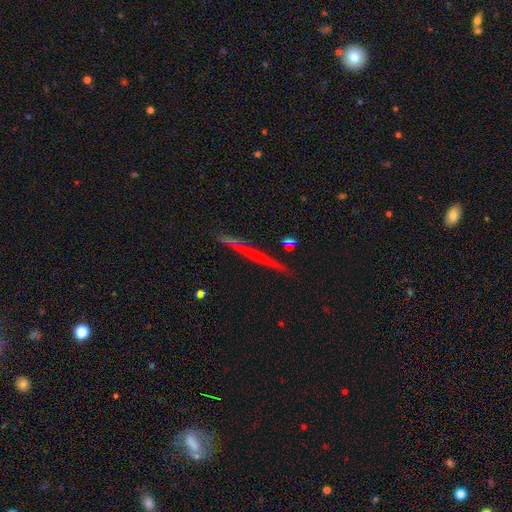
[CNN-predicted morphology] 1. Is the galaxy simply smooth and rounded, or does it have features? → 52% featured or disk, 38% smooth, 10% star or artifact.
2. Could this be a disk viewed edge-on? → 94% yes, 6% no.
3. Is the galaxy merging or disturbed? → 85% none, 10% minor disturbance, 3% major disturbance, 2% merger.